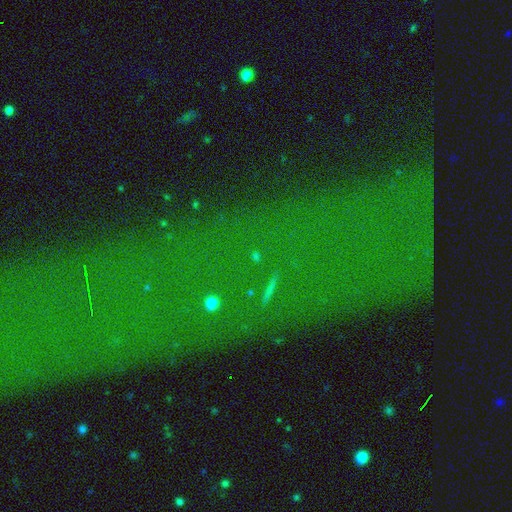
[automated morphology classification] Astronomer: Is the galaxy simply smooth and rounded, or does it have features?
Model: star or artifact — 66%.